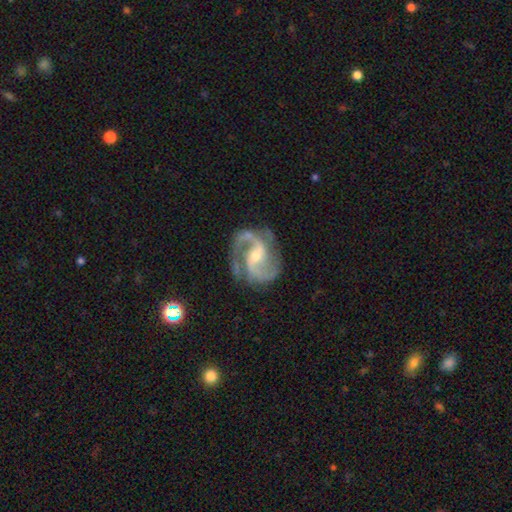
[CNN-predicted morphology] Overall: featured or disk (92%). Edge-on disk: no (98%). Bar: weak (46%; no 29%). Spiral arms: yes (98%). Spiral arm count: 2 (87%). Spiral winding: medium (61%). Bulge size: small (55%; moderate 41%). Merging: none (73%).